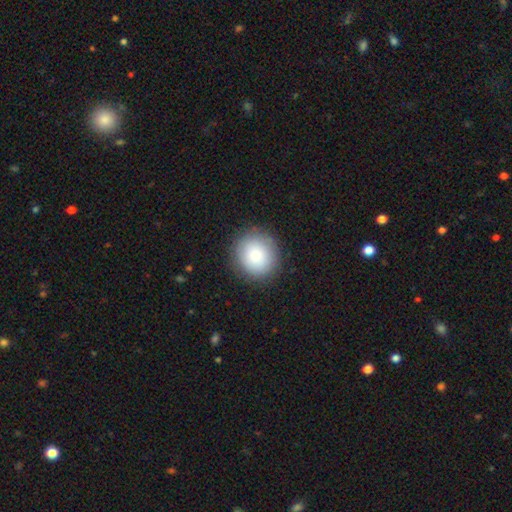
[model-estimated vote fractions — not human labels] A smooth galaxy with no disk features (82%) that is round (89%). Merging: none (87%).